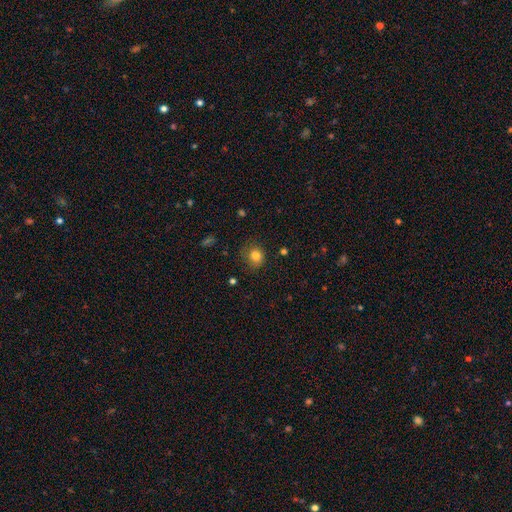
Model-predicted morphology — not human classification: Smooth or featured? smooth (80%)
How rounded? round (82%)
Merging? none (74%)